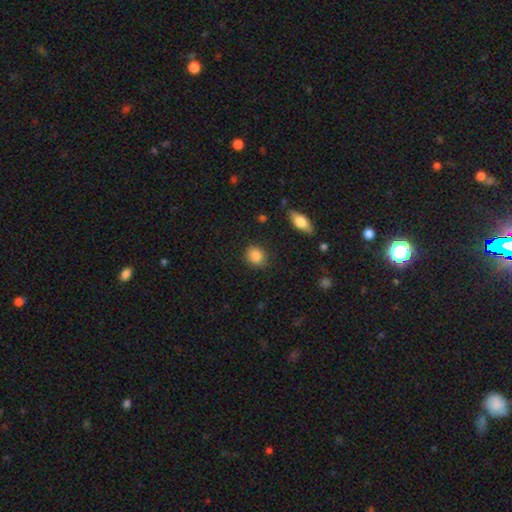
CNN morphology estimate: Q: Smooth or featured?
A: smooth (87%); runner-up: star or artifact (8%)
Q: How rounded?
A: round (72%); runner-up: in between (27%)
Q: Merging?
A: none (85%); runner-up: minor disturbance (10%)